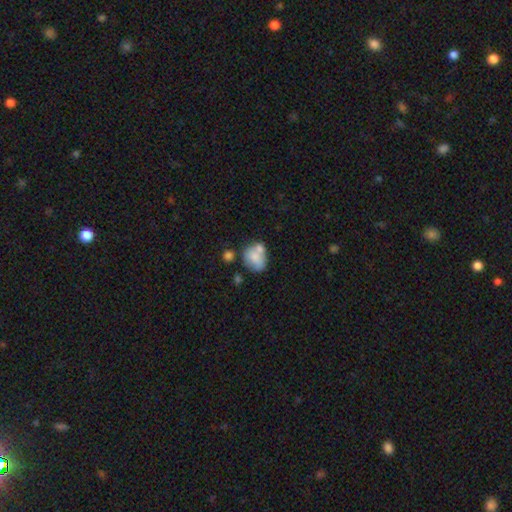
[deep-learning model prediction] Smooth or featured?
  - smooth: 69% *
  - featured or disk: 22%
  - star or artifact: 9%
How rounded?
  - in between: 56% *
  - round: 43%
  - cigar-shaped: 1%
Merging?
  - none: 37% *
  - merger: 33%
  - minor disturbance: 20%
  - major disturbance: 11%